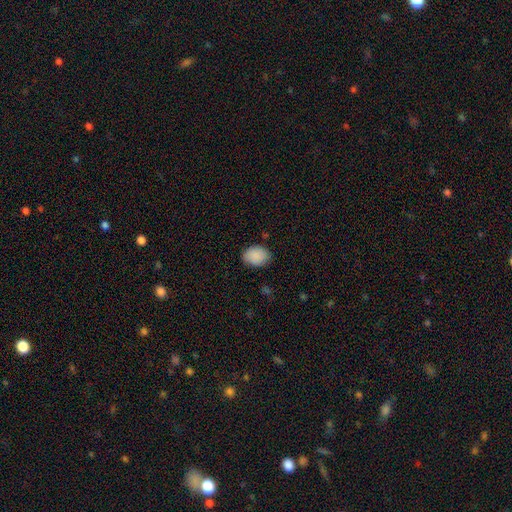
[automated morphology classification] smooth_or_featured: smooth (p=0.88) [alt: star or artifact p=0.07]
how_rounded: in between (p=0.71) [alt: round p=0.28]
merging: none (p=0.81) [alt: minor disturbance p=0.15]